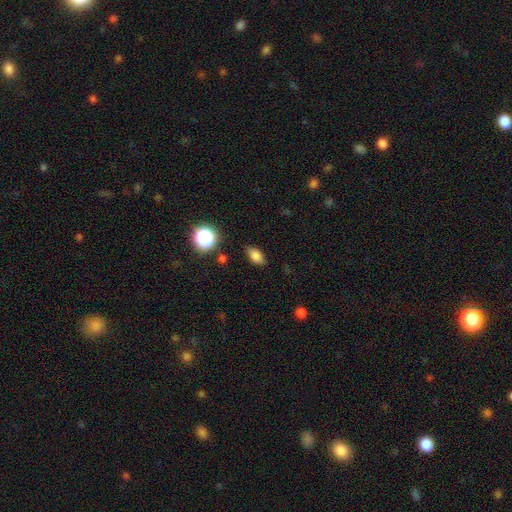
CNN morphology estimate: Smooth or featured? smooth (80%)
How rounded? in between (84%)
Merging? none (84%)